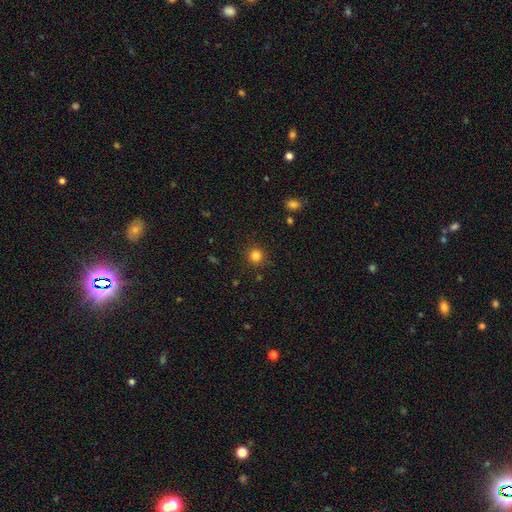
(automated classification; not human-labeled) This is clearly a smooth galaxy (82%). How rounded: clearly round (92%). Merging: clearly none (89%).